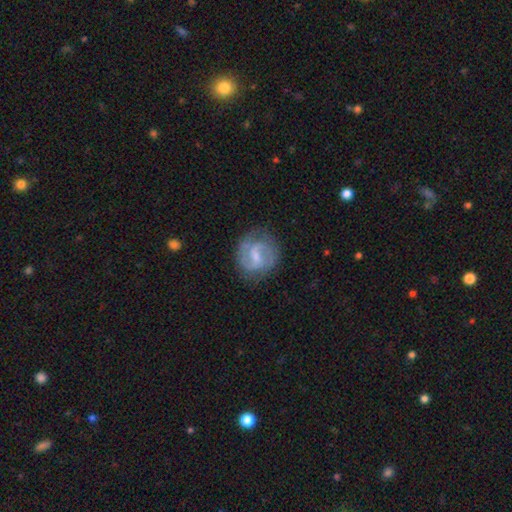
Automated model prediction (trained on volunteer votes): The model was most divided on "bulge size": small: 54%, moderate: 30%, none: 12%, large: 2%, dominant: 1%. More confident: edge-on disk — no (98%); spiral arms — yes (92%); spiral arm count — 2 (85%); smooth or featured — featured or disk (79%); merging — none (74%); bar — weak (61%); spiral winding — medium (52%).